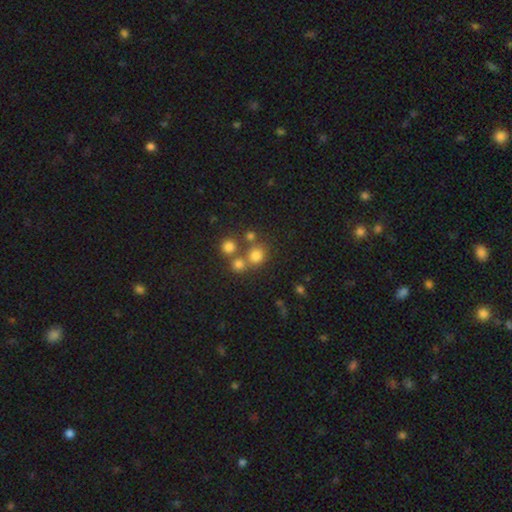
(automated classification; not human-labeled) Smooth or featured?
  - smooth: 74% *
  - star or artifact: 18%
  - featured or disk: 9%
How rounded?
  - round: 86% *
  - in between: 13%
  - cigar-shaped: 1%
Merging?
  - none: 61% *
  - merger: 27%
  - minor disturbance: 8%
  - major disturbance: 4%